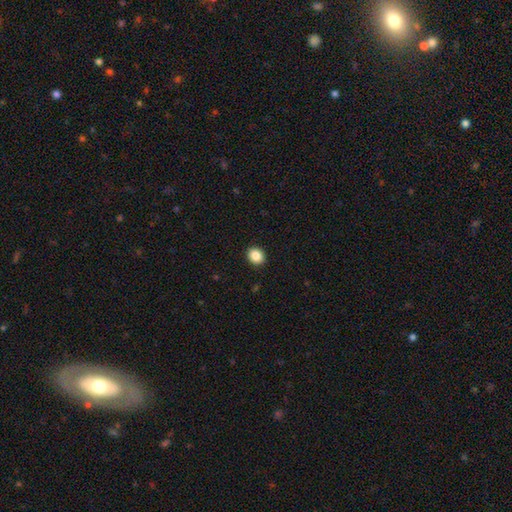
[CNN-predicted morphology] A smooth galaxy with no disk features (87%) that is round (66%). Merging: none (92%).